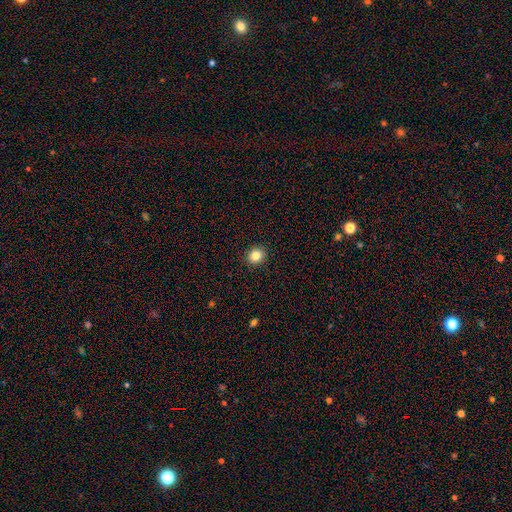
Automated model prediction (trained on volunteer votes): smooth-or-featured: smooth: 84% | star or artifact: 11% | featured or disk: 6%
  how-rounded: round: 78% | in between: 21% | cigar-shaped: 1%
  merging: none: 92% | minor disturbance: 6% | major disturbance: 2% | merger: 1%